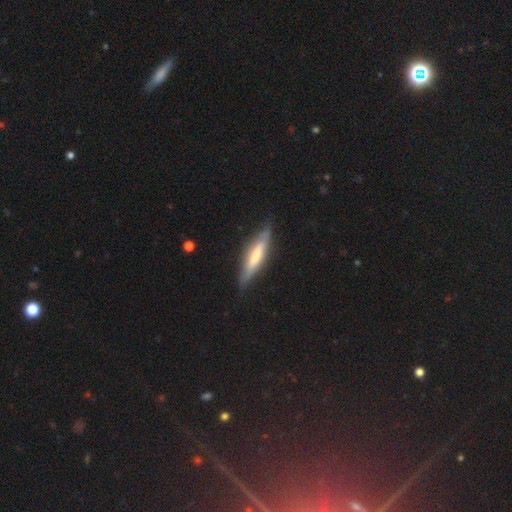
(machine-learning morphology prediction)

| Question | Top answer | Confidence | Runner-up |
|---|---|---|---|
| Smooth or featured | featured or disk | 47% | tied: smooth (47%) |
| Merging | none | 83% | minor disturbance (13%) |